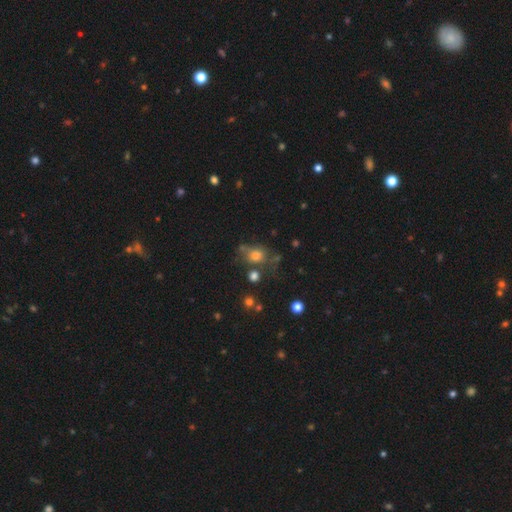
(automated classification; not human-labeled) Smooth or featured: smooth — 65% (star or artifact — 19%)
How rounded: round — 57% (in between — 41%)
Merging: none — 52% (minor disturbance — 22%)